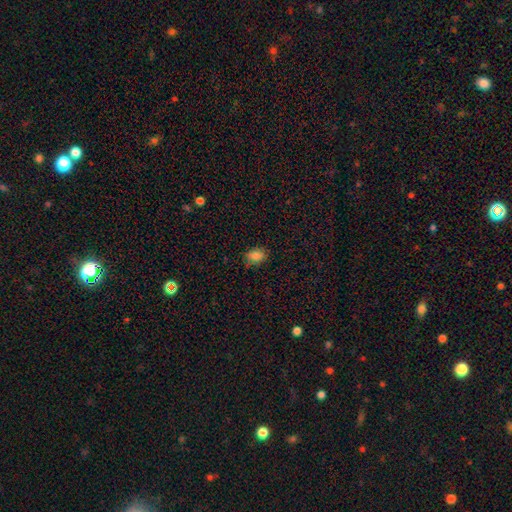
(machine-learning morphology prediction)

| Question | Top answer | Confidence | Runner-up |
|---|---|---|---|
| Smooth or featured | smooth | 84% | star or artifact (10%) |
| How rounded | in between | 79% | round (19%) |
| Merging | none | 81% | minor disturbance (15%) |